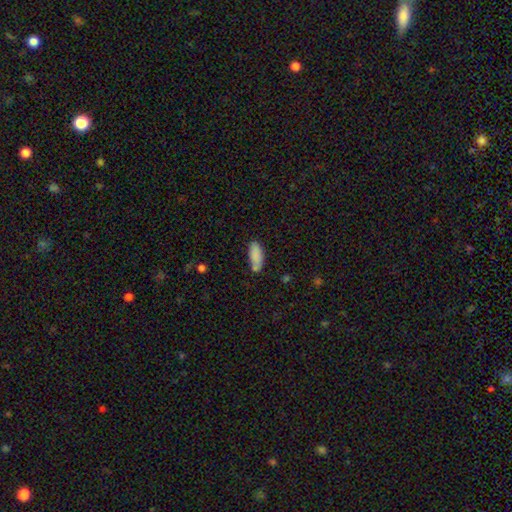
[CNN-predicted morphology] The model was most divided on "merging": none: 67%, minor disturbance: 19%, merger: 10%, major disturbance: 4%. More confident: smooth or featured — smooth (87%); how rounded — in between (81%).